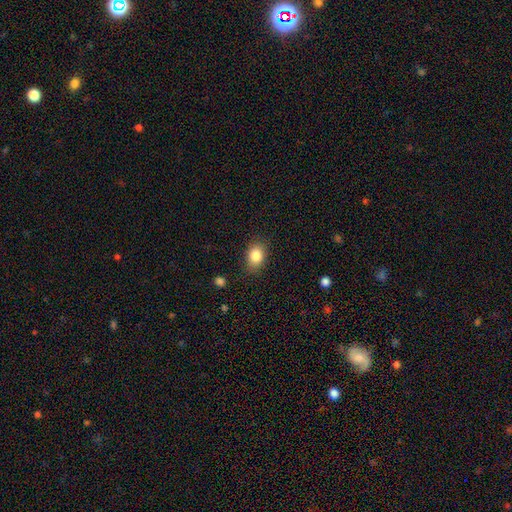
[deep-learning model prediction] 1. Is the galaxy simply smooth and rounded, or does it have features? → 84% smooth, 9% star or artifact, 7% featured or disk.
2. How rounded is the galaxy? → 75% in between, 23% round, 1% cigar-shaped.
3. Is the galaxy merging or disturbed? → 84% none, 12% minor disturbance, 3% major disturbance, 1% merger.